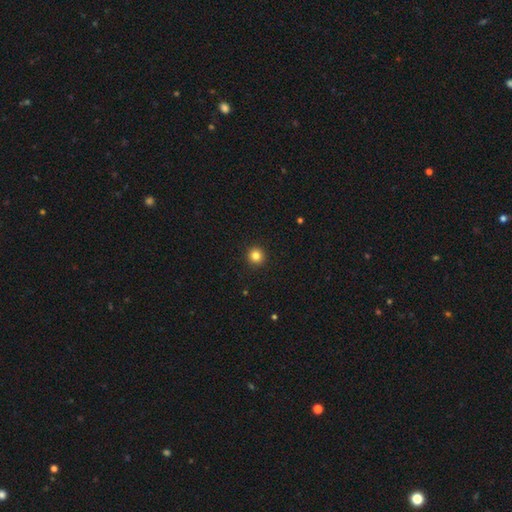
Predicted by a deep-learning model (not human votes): smooth_or_featured: smooth (p=0.83) [alt: star or artifact p=0.12]
how_rounded: round (p=0.95) [alt: in between p=0.04]
merging: none (p=0.93) [alt: minor disturbance p=0.04]